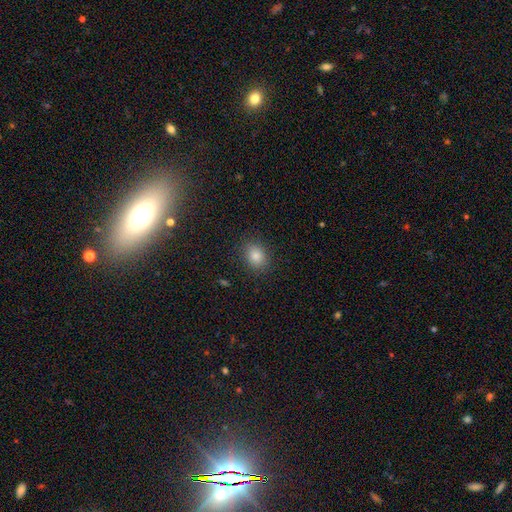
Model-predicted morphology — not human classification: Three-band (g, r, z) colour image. It shows a smooth galaxy with no disk features (80%) that is in between round and cigar-shaped (50%). Merging: none (88%).